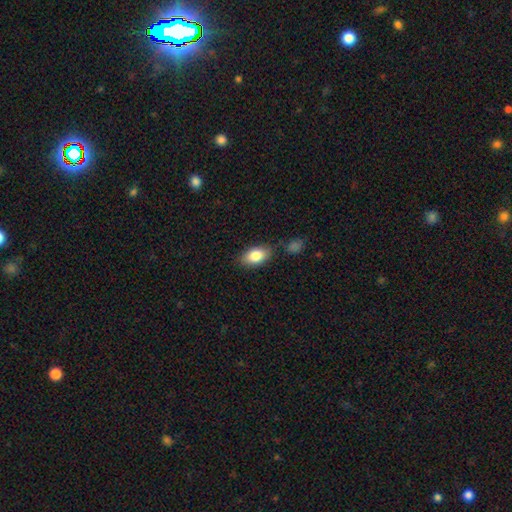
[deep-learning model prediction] This is clearly a smooth galaxy (83%). How rounded: clearly in between (90%). Merging: likely none (78%).